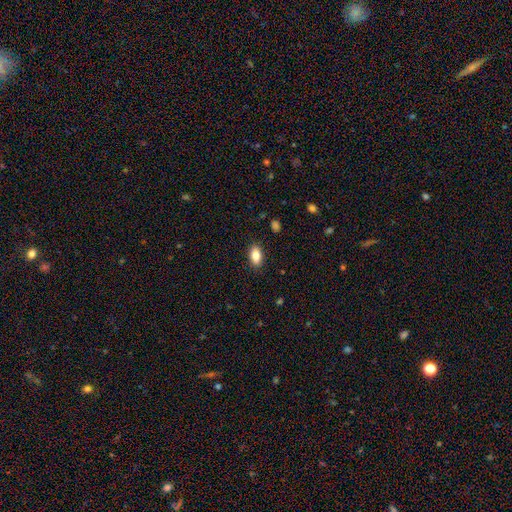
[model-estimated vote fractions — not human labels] A smooth galaxy with no disk features (86%) that is in between round and cigar-shaped (91%).

Vote fractions:
- Smooth or featured? smooth: 86% / star or artifact: 7% / featured or disk: 7%
- How rounded? in between: 91% / round: 5% / cigar-shaped: 4%
- Merging? none: 89% / minor disturbance: 8% / major disturbance: 2% / merger: 1%